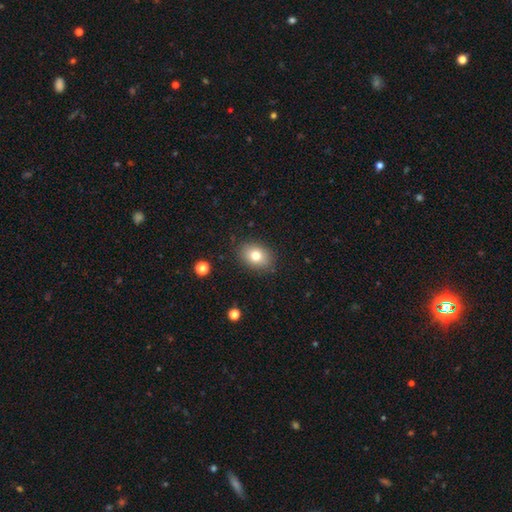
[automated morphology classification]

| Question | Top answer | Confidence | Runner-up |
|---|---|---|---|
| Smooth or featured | smooth | 79% | featured or disk (11%) |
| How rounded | in between | 73% | round (26%) |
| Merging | none | 86% | minor disturbance (10%) |